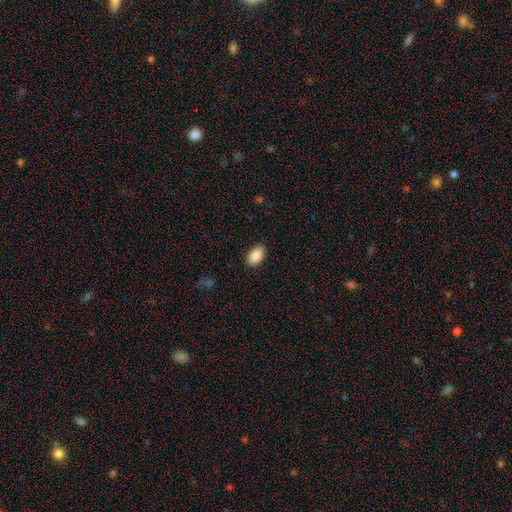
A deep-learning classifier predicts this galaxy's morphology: smooth_or_featured: smooth (p=0.90) [alt: star or artifact p=0.07]
how_rounded: in between (p=0.94) [alt: round p=0.04]
merging: none (p=0.89) [alt: minor disturbance p=0.08]